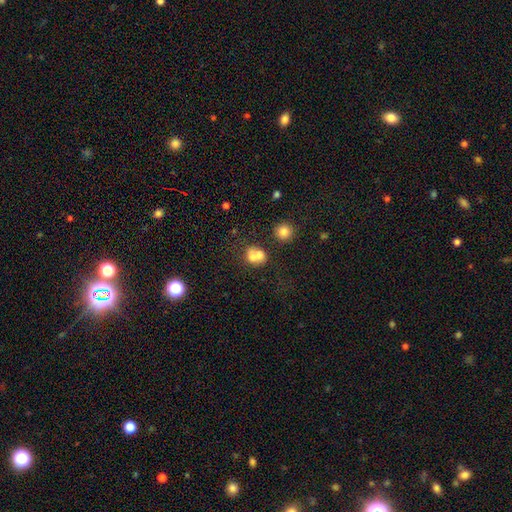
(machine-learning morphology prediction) Smooth or featured?
  - smooth: 68% *
  - featured or disk: 20%
  - star or artifact: 13%
How rounded?
  - round: 60% *
  - in between: 39%
  - cigar-shaped: 1%
Merging?
  - merger: 60% *
  - none: 27%
  - minor disturbance: 8%
  - major disturbance: 5%